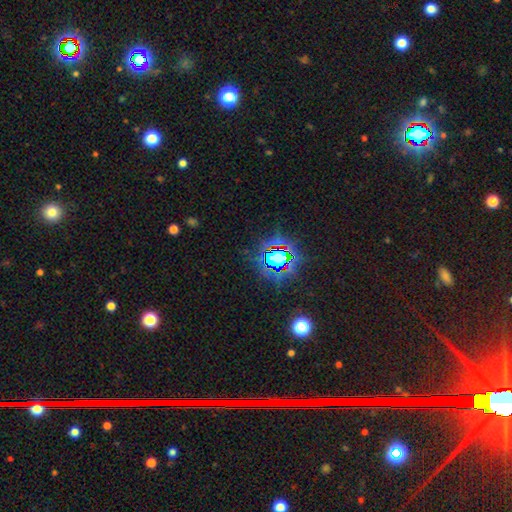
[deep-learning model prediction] The model was most divided on "smooth or featured": star or artifact: 82%, smooth: 10%, featured or disk: 8%.